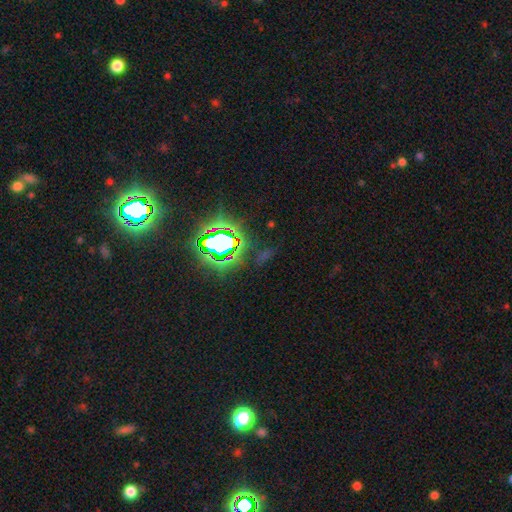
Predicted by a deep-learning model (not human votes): Q: Smooth or featured?
A: star or artifact (82%); runner-up: smooth (11%)